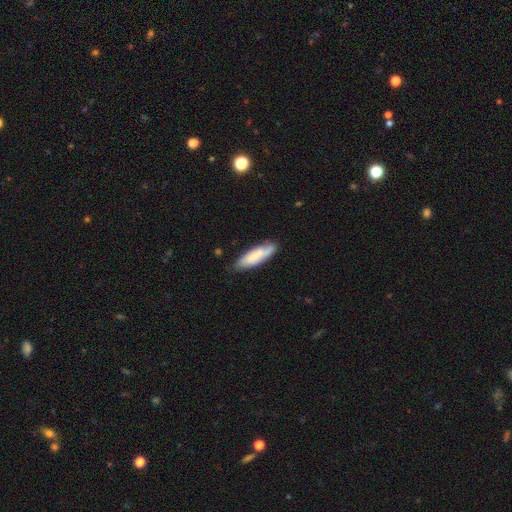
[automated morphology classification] smooth_or_featured: smooth (p=0.63) [alt: featured or disk p=0.31]
how_rounded: cigar-shaped (p=0.50) [alt: in between p=0.49]
merging: none (p=0.73) [alt: minor disturbance p=0.21]